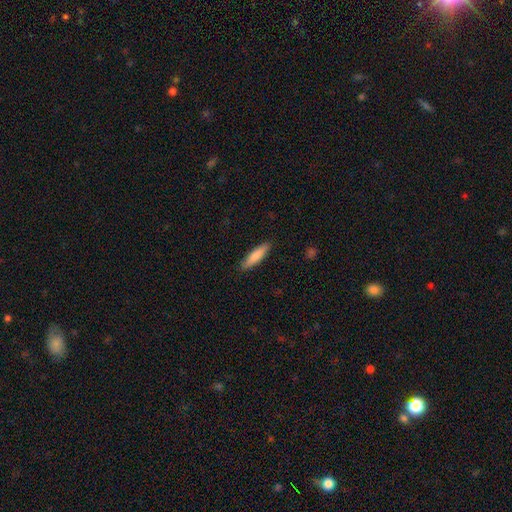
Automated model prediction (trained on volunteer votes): Smooth or featured?
  - smooth: 84% *
  - featured or disk: 11%
  - star or artifact: 5%
How rounded?
  - cigar-shaped: 77% *
  - in between: 22%
  - round: 1%
Merging?
  - none: 88% *
  - minor disturbance: 9%
  - major disturbance: 2%
  - merger: 1%